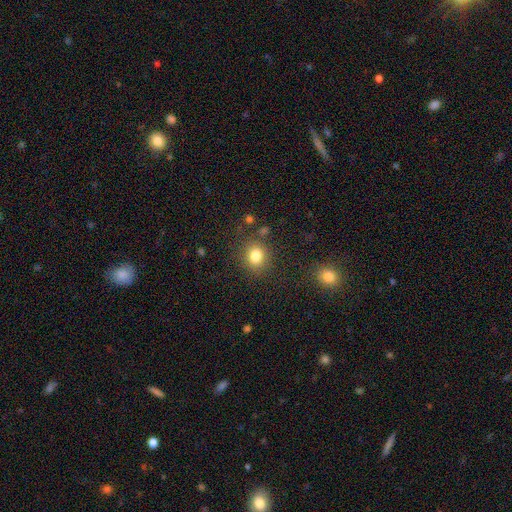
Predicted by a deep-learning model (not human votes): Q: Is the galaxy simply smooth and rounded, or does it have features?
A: smooth — 82%.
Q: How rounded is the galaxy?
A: round — 74%.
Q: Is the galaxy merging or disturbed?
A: none — 82%.